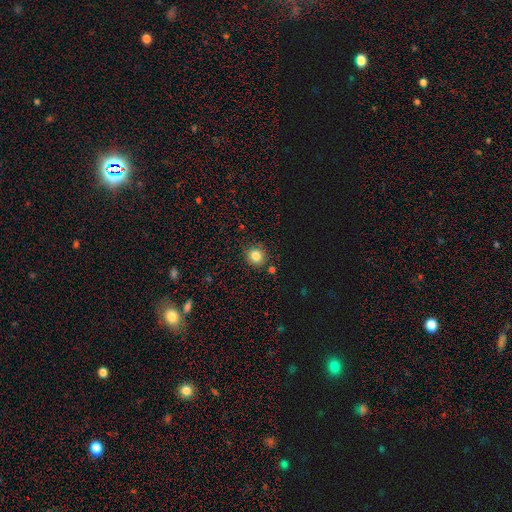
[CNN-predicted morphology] A smooth galaxy with no disk features (83%) that is round (88%). Merging: none (86%).